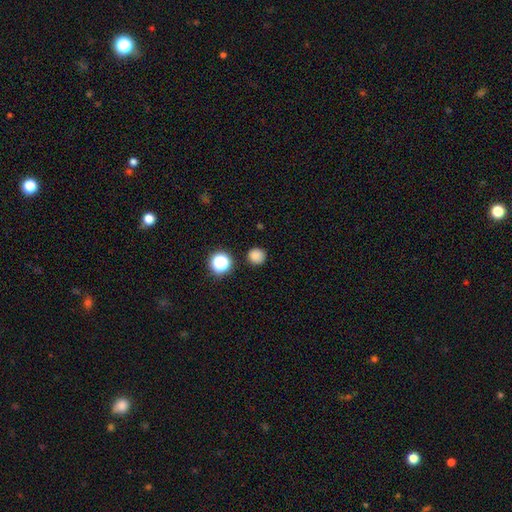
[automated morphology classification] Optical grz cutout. It shows a smooth galaxy with no disk features (81%) that is round (93%). Merging: none (88%).